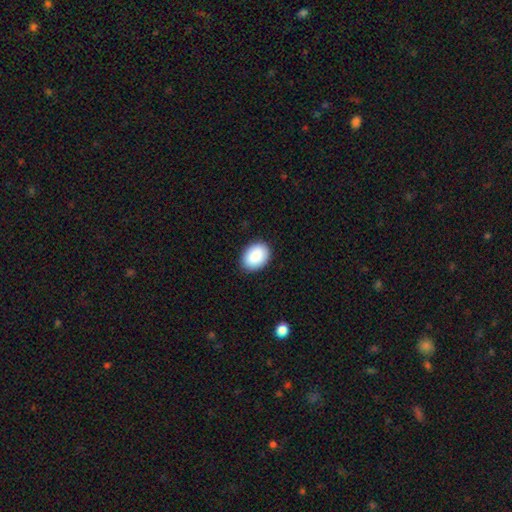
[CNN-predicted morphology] Smooth or featured? smooth (90%)
How rounded? in between (80%)
Merging? none (89%)